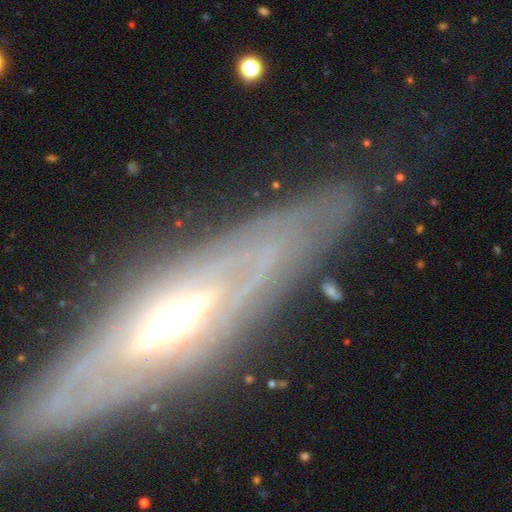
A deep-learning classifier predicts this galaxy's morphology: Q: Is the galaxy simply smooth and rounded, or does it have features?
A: featured or disk — 79%.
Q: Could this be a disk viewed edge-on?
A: yes — 65%.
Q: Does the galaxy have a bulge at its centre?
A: rounded — 76%.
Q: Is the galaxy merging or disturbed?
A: none — 76%.